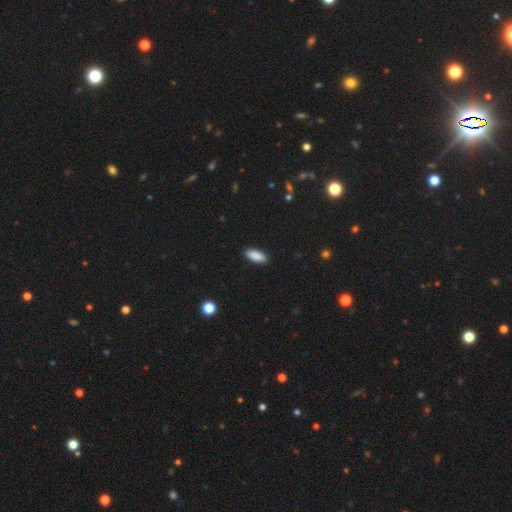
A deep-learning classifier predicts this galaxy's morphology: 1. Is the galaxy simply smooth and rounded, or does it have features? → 90% smooth, 7% star or artifact, 4% featured or disk.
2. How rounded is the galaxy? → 84% in between, 14% cigar-shaped, 2% round.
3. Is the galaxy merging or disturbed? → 90% none, 8% minor disturbance, 2% major disturbance, 1% merger.